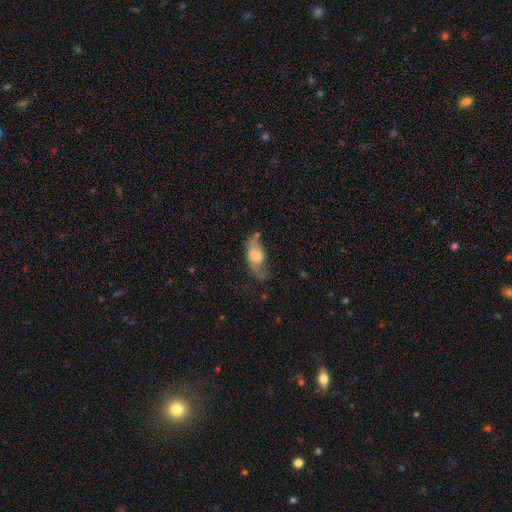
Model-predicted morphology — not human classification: Smooth or featured: smooth — 64% (featured or disk — 29%)
How rounded: in between — 84% (cigar-shaped — 11%)
Merging: none — 43% (minor disturbance — 32%)